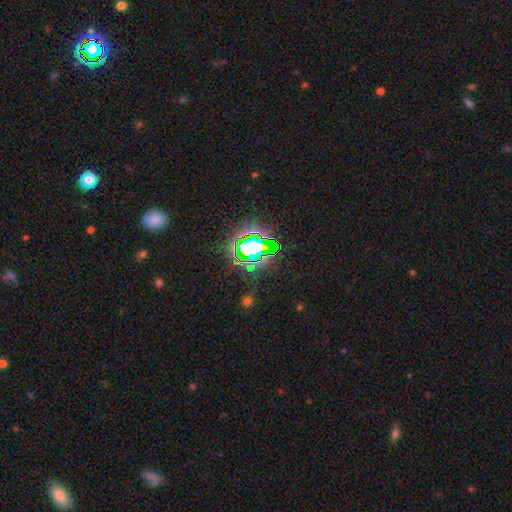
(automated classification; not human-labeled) This appears to be a star or artifact, not a galaxy (75%).